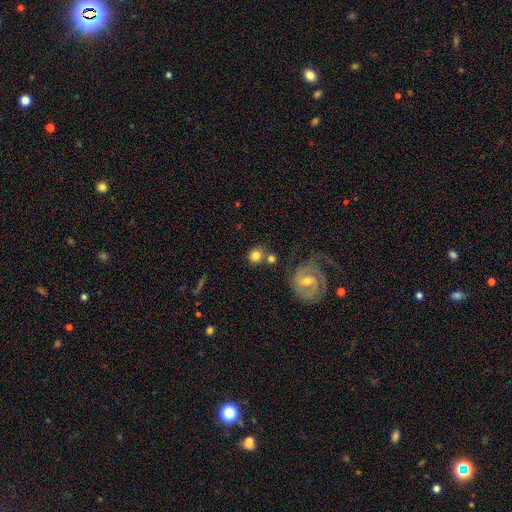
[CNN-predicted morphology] Smooth or featured? smooth (75%)
How rounded? round (88%)
Merging? none (70%)